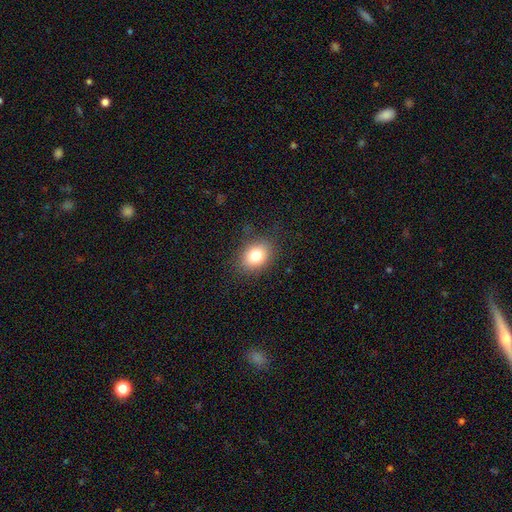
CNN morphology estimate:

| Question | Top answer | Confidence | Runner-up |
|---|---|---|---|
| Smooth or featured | smooth | 80% | star or artifact (10%) |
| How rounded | in between | 66% | round (33%) |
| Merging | none | 83% | minor disturbance (12%) |